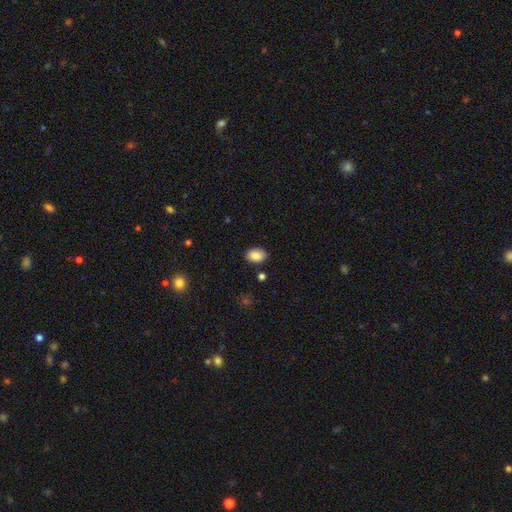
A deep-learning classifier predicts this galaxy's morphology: This is clearly a smooth galaxy (85%). How rounded: clearly in between (81%). Merging: clearly none (87%).